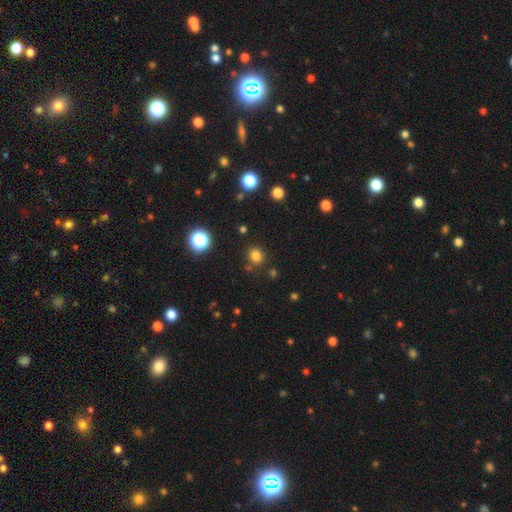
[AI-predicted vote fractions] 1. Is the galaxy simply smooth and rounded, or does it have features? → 79% smooth, 16% star or artifact, 5% featured or disk.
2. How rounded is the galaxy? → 82% round, 17% in between, 1% cigar-shaped.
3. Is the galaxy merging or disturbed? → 84% none, 9% minor disturbance, 4% merger, 3% major disturbance.